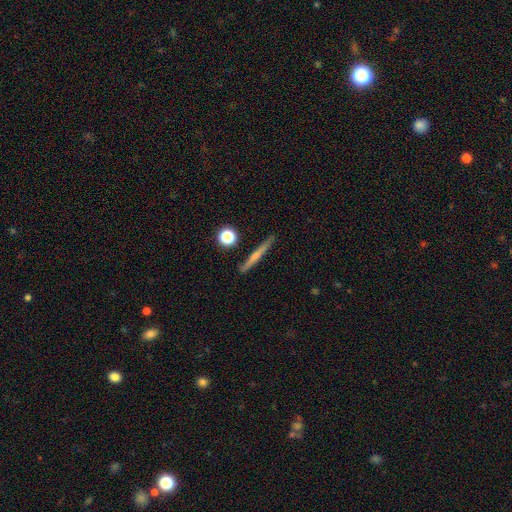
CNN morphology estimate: Smooth or featured? featured or disk (47%)
Merging? none (88%)